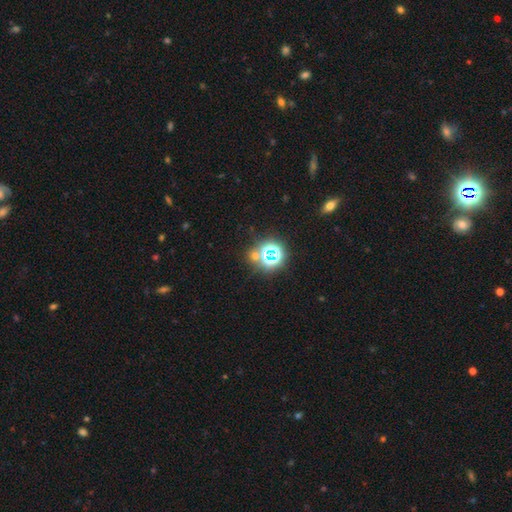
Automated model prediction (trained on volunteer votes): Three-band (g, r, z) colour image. It shows a star or artifact, not a galaxy (58%).